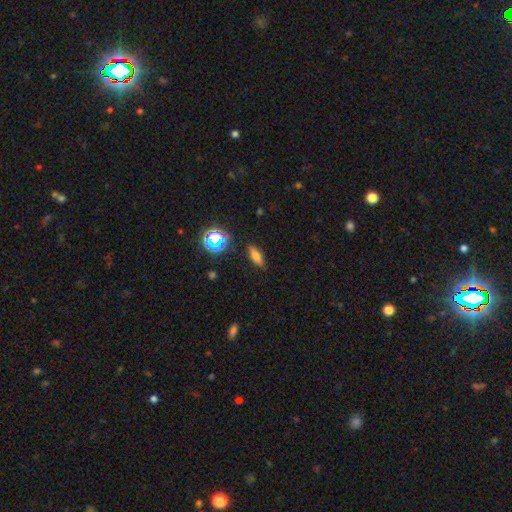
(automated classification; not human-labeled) smooth-or-featured: smooth: 67% | featured or disk: 17% | star or artifact: 16%
  how-rounded: in between: 56% | cigar-shaped: 36% | round: 8%
  merging: none: 87% | minor disturbance: 9% | major disturbance: 3% | merger: 2%